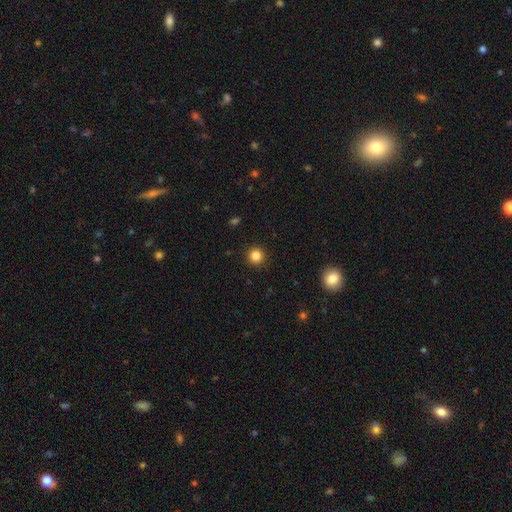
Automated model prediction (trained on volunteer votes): Morphology: type=smooth (84%); roundness=round (95%); merging=none (93%).